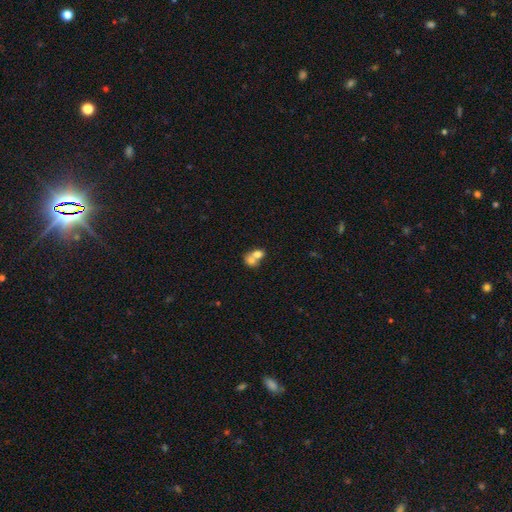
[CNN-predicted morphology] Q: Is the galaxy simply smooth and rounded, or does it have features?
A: smooth — 71%.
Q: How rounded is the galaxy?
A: round — 50%.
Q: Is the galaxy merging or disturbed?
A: merger — 73%.